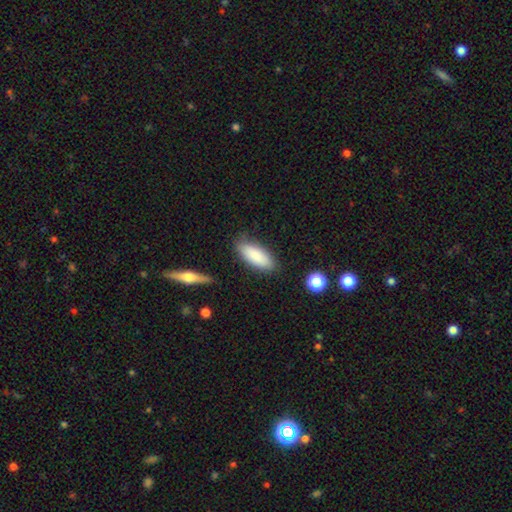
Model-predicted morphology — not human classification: Smooth or featured?
  - smooth: 86% *
  - featured or disk: 8%
  - star or artifact: 6%
How rounded?
  - in between: 74% *
  - cigar-shaped: 24%
  - round: 2%
Merging?
  - none: 80% *
  - minor disturbance: 14%
  - major disturbance: 3%
  - merger: 3%